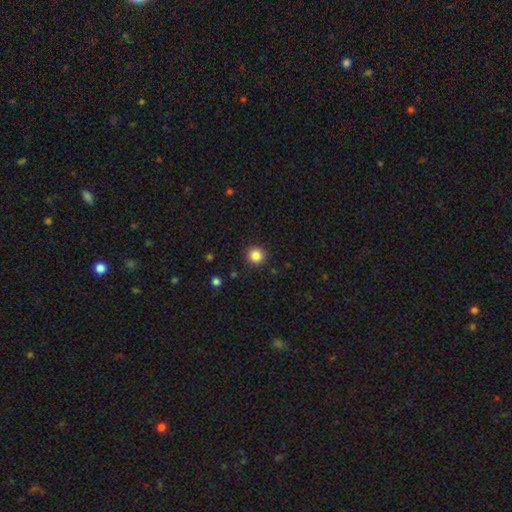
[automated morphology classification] Smooth or featured? smooth (85%)
How rounded? round (94%)
Merging? none (91%)